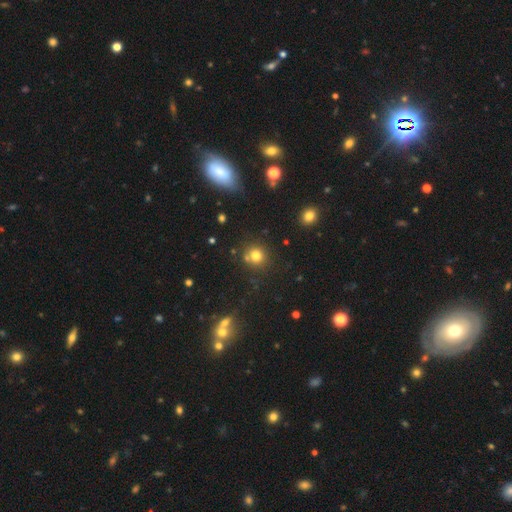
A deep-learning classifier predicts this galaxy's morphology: A smooth galaxy with no disk features (76%) that is round (90%).

Vote fractions:
- Smooth or featured? smooth: 76% / star or artifact: 16% / featured or disk: 8%
- How rounded? round: 90% / in between: 9% / cigar-shaped: 1%
- Merging? none: 74% / merger: 13% / minor disturbance: 10% / major disturbance: 4%